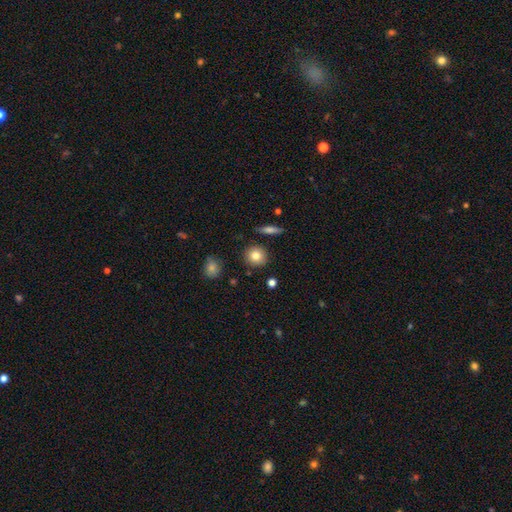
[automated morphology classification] Overall: smooth (81%). How rounded: round (88%). Merging: none (88%).